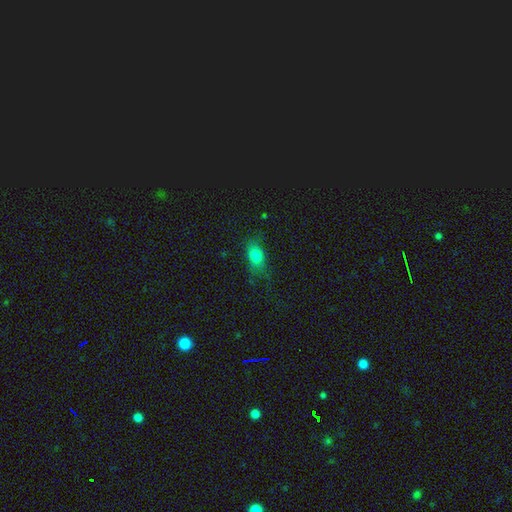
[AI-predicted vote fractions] This is likely a smooth galaxy (79%). How rounded: likely in between (72%). Merging: likely none (66%).